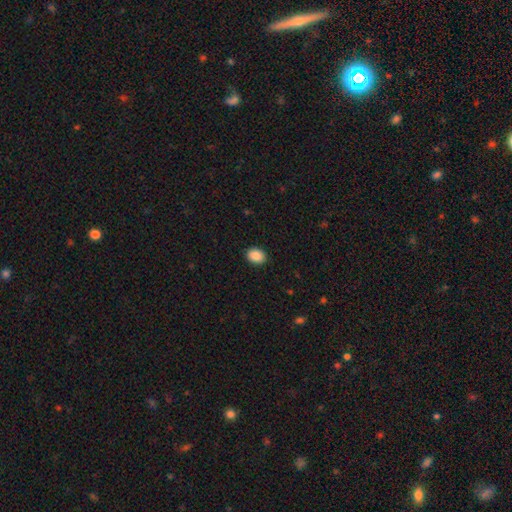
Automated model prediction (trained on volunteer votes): smooth-or-featured: smooth: 89% | star or artifact: 8% | featured or disk: 3%
  how-rounded: in between: 69% | round: 30% | cigar-shaped: 1%
  merging: none: 91% | minor disturbance: 7% | major disturbance: 2% | merger: 1%